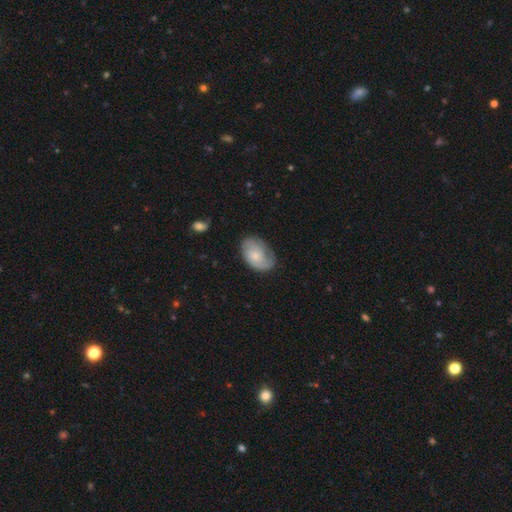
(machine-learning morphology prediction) Smooth or featured? Predicted: featured or disk (p=0.47, tied with smooth). Merging? Predicted: none (p=0.61).